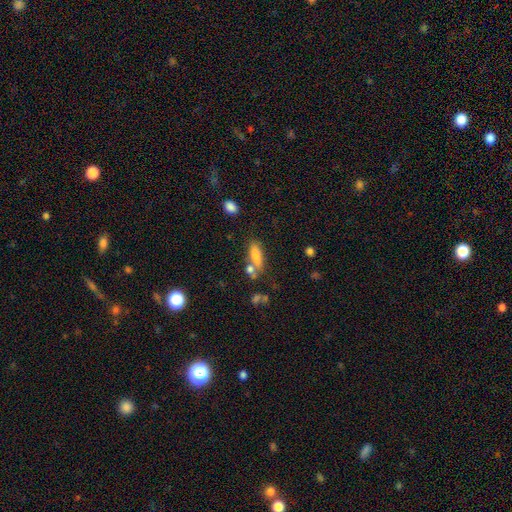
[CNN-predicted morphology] Overall: smooth (73%). How rounded: in between (63%; cigar-shaped 33%). Merging: none (57%; merger 21%).